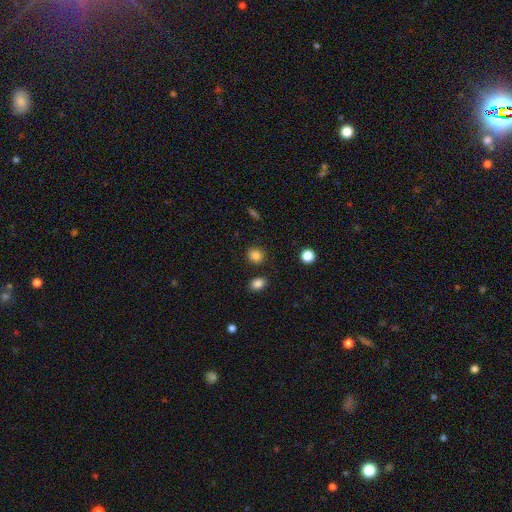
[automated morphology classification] smooth-or-featured: smooth: 85% | star or artifact: 11% | featured or disk: 4%
  how-rounded: round: 71% | in between: 28% | cigar-shaped: 1%
  merging: none: 85% | minor disturbance: 8% | merger: 4% | major disturbance: 3%